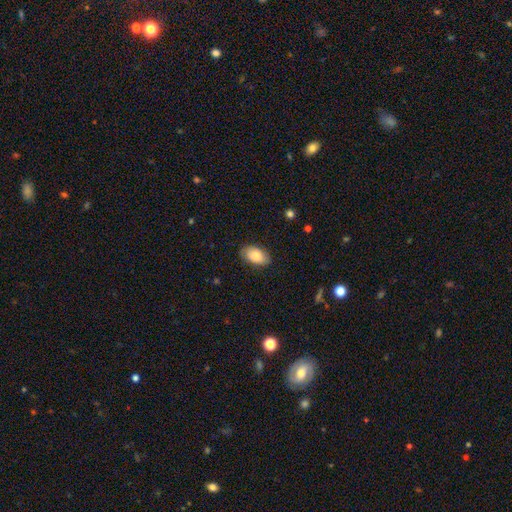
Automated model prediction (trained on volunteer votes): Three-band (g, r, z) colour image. It shows a smooth galaxy with no disk features (85%) that is in between round and cigar-shaped (93%). Merging: none (83%).